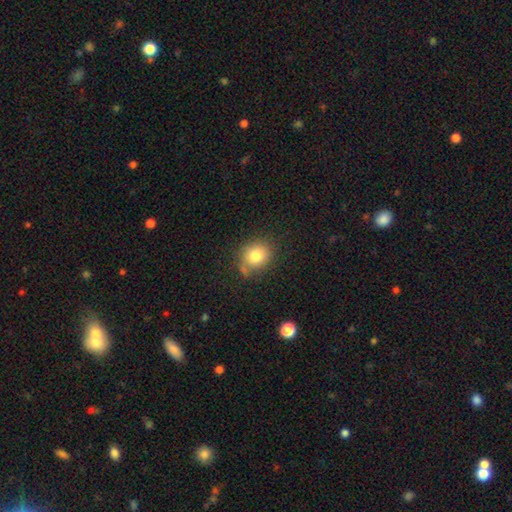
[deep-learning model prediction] Smooth or featured: smooth — 80% (star or artifact — 11%)
How rounded: round — 72% (in between — 27%)
Merging: none — 73% (minor disturbance — 17%)